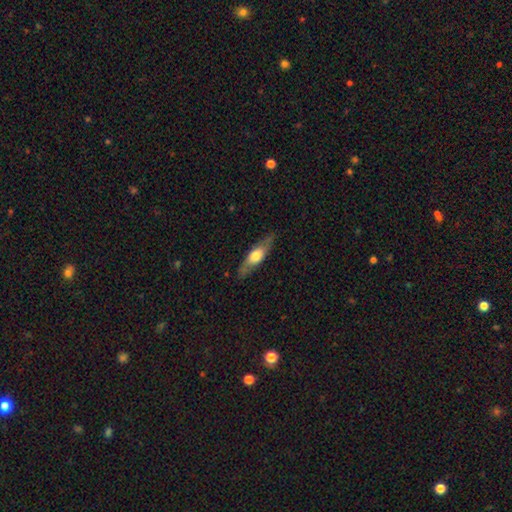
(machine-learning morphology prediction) Smooth or featured: featured or disk — 48% (smooth — 46%)
Merging: none — 82% (minor disturbance — 14%)